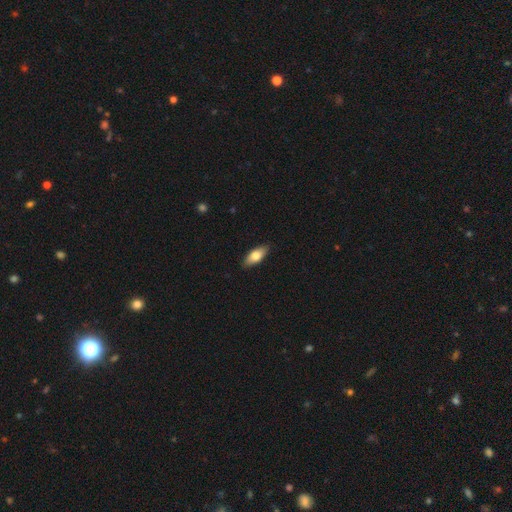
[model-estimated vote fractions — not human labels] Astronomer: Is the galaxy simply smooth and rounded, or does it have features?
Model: smooth — 74%.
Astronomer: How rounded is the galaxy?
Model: in between — 82%.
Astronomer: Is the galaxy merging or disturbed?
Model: none — 88%.